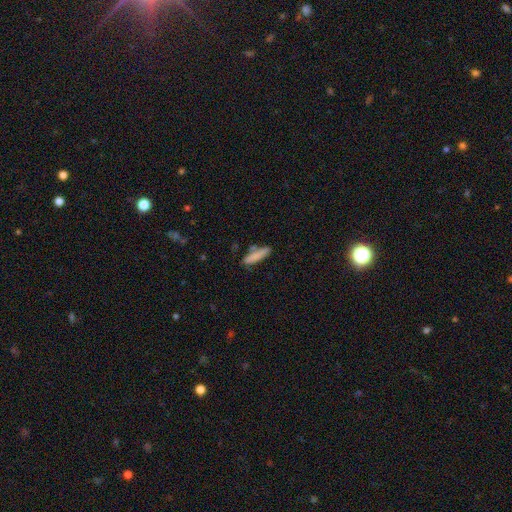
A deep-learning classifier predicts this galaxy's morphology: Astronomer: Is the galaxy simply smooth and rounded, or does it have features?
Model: smooth — 82%.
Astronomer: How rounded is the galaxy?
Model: cigar-shaped — 73%.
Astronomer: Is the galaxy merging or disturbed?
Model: none — 69%.